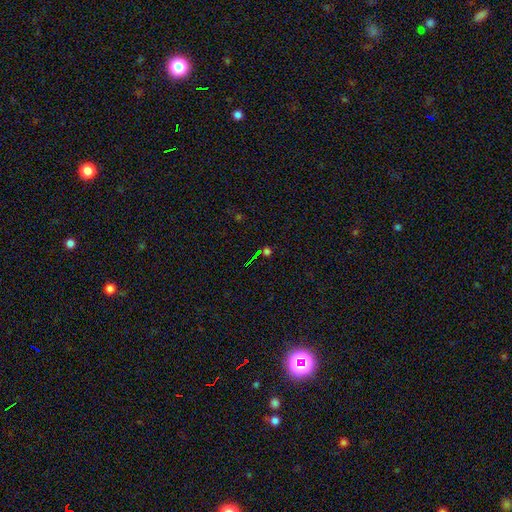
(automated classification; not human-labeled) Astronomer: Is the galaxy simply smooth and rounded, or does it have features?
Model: star or artifact — 66%.